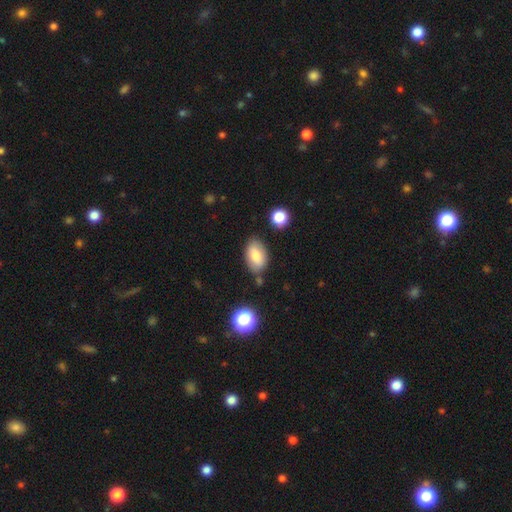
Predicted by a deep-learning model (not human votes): Morphology: type=smooth (76%); roundness=in between (92%); merging=none (76%).